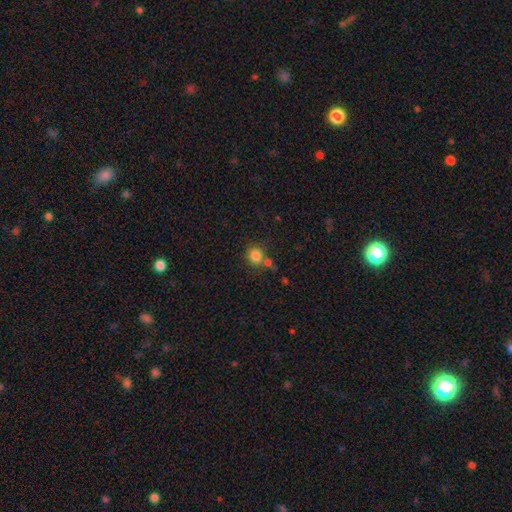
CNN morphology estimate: smooth_or_featured: smooth (p=0.83) [alt: star or artifact p=0.11]
how_rounded: round (p=0.85) [alt: in between p=0.14]
merging: none (p=0.65) [alt: merger p=0.19]